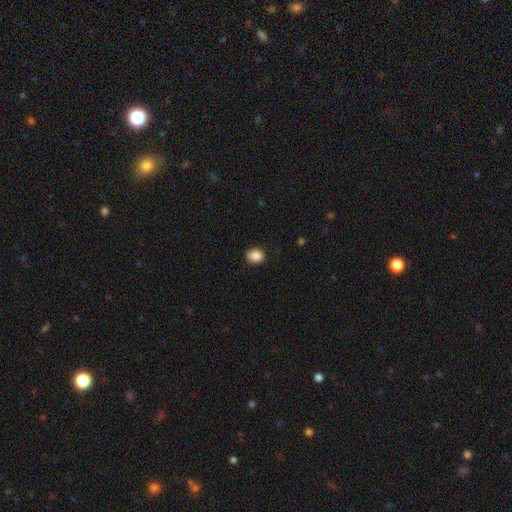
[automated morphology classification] Smooth or featured? Predicted: smooth (p=0.85). How rounded? Predicted: round (p=0.69). Merging? Predicted: none (p=0.79).